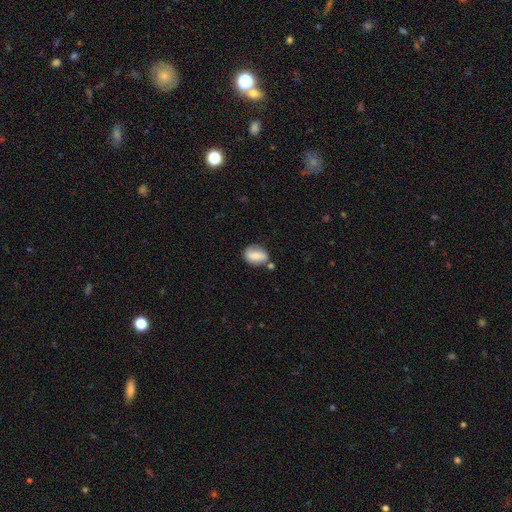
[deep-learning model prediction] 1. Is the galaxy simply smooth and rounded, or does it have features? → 70% smooth, 22% featured or disk, 8% star or artifact.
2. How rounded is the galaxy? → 72% in between, 25% round, 2% cigar-shaped.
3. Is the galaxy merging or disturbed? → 59% none, 22% minor disturbance, 13% merger, 6% major disturbance.